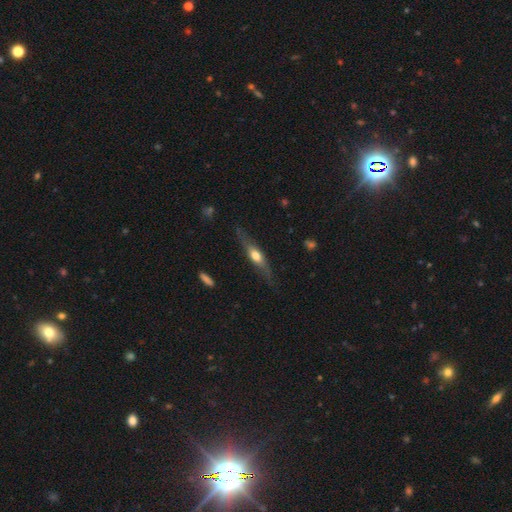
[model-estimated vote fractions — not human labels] This appears to be a featured or disk galaxy (57%) viewed edge-on (83%). Merging: none (73%).